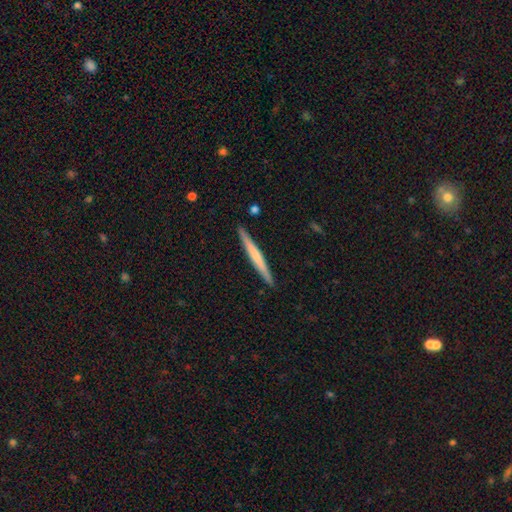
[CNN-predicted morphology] Overall: smooth (49%; featured or disk 46%). Merging: none (92%).